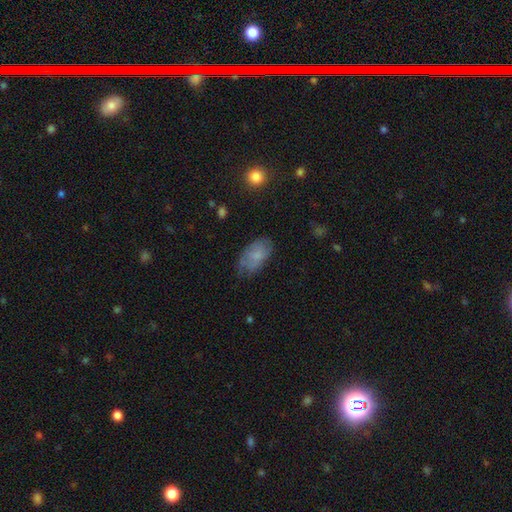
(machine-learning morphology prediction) Smooth or featured? smooth (67%)
How rounded? in between (93%)
Merging? none (64%)